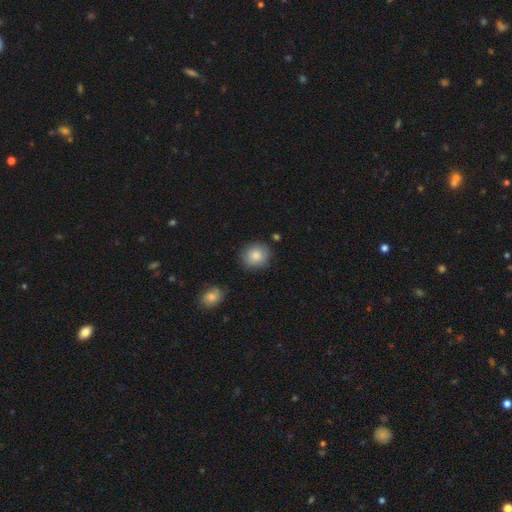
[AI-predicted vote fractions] A smooth galaxy with no disk features (84%) that is round (81%).

Vote fractions:
- Smooth or featured? smooth: 84% / star or artifact: 8% / featured or disk: 8%
- How rounded? round: 81% / in between: 18% / cigar-shaped: 1%
- Merging? none: 83% / minor disturbance: 12% / merger: 2% / major disturbance: 2%